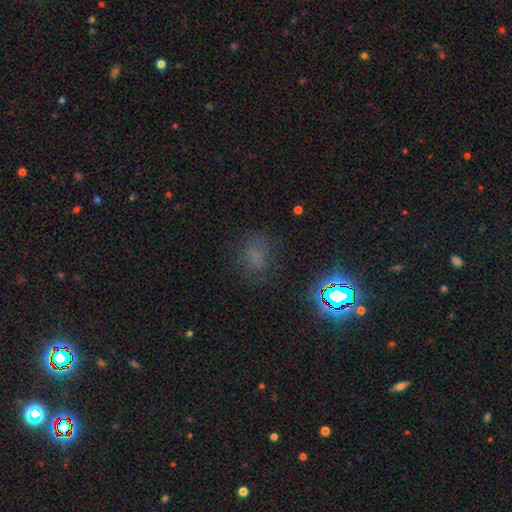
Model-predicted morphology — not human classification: The model was most divided on "how rounded": in between: 49%, round: 48%, cigar-shaped: 3%. More confident: merging — none (71%); smooth or featured — smooth (53%).